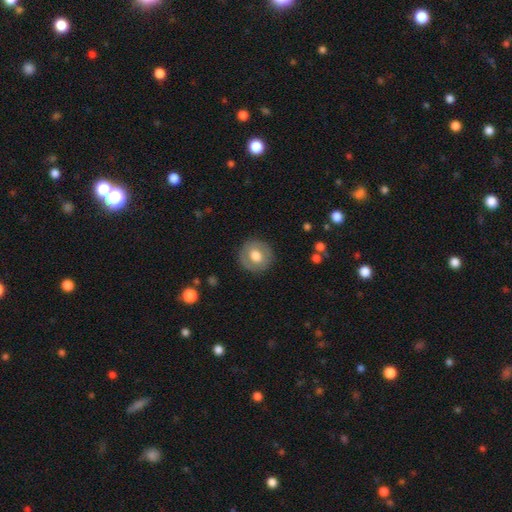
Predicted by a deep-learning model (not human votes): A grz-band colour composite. It shows a smooth galaxy with no disk features (61%) that is round (88%). Merging: none (87%).